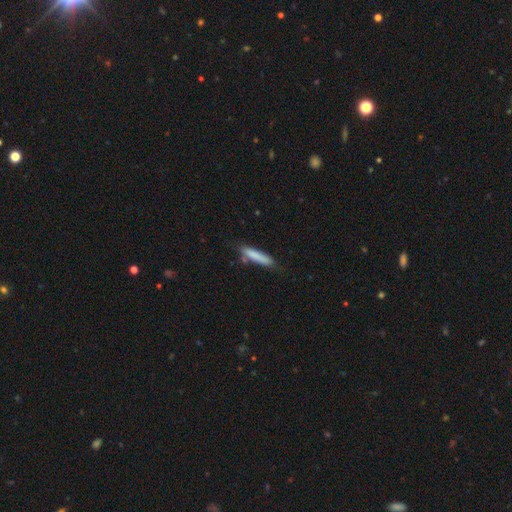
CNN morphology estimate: This is clearly a smooth galaxy (82%). How rounded: clearly cigar-shaped (85%). Merging: likely none (73%).